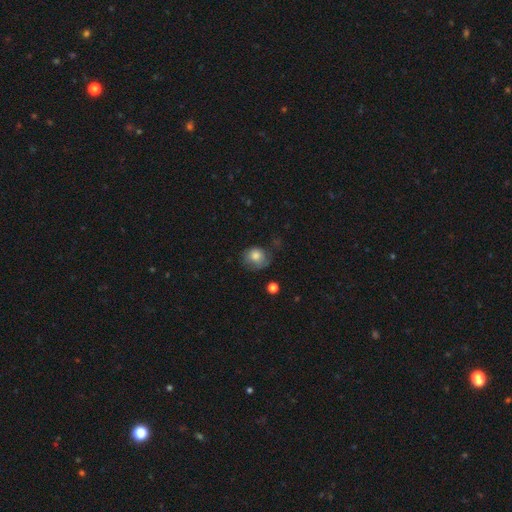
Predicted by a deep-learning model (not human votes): smooth 78%, featured or disk 13%, star or artifact 9%. Down the decision tree: how rounded — round (71%); merging — none (50%).